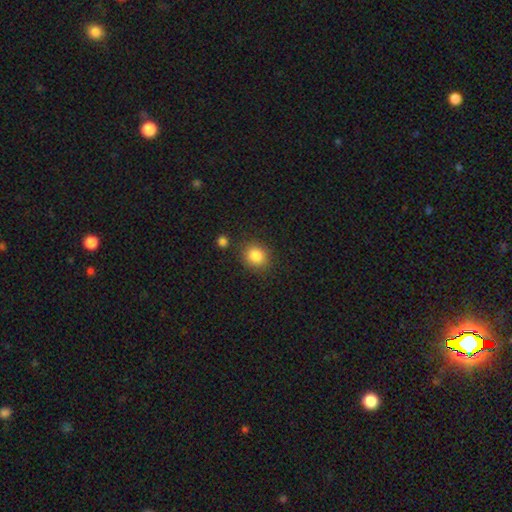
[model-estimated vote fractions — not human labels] smooth 86%, star or artifact 9%, featured or disk 5%. Down the decision tree: how rounded — round (81%); merging — none (82%).